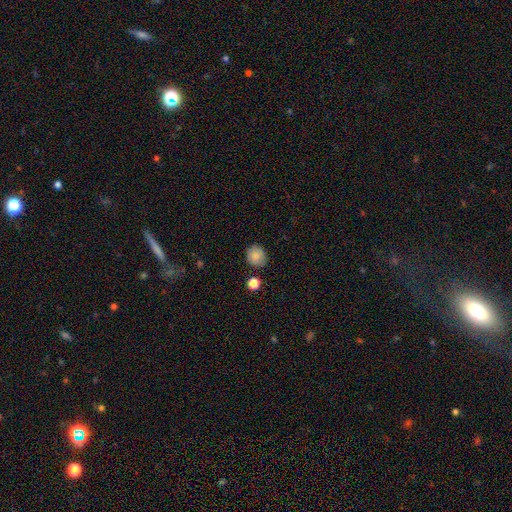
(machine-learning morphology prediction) This appears to be a smooth galaxy with no disk features (84%) that is round (83%). Merging: none (83%).